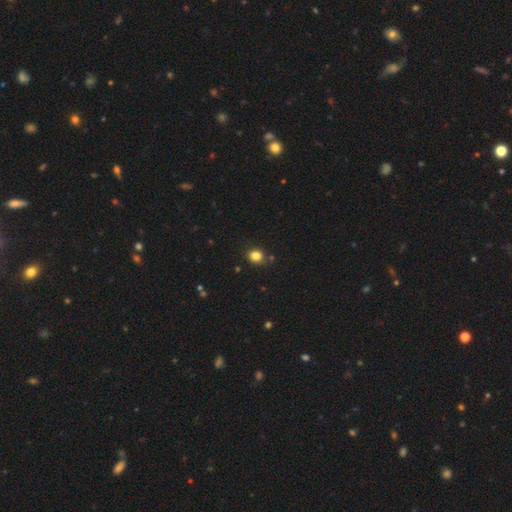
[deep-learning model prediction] Q: Smooth or featured?
A: smooth (84%); runner-up: star or artifact (12%)
Q: How rounded?
A: round (56%); runner-up: in between (43%)
Q: Merging?
A: none (82%); runner-up: minor disturbance (12%)